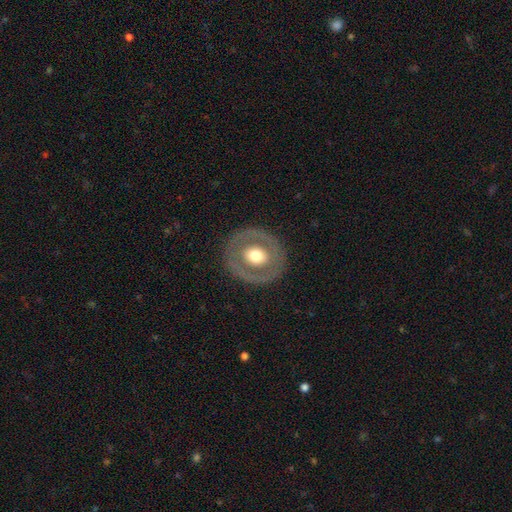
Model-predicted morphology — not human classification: featured or disk 52%, smooth 43%, star or artifact 6%. Down the decision tree: edge-on disk — no (95%); merging — none (85%).